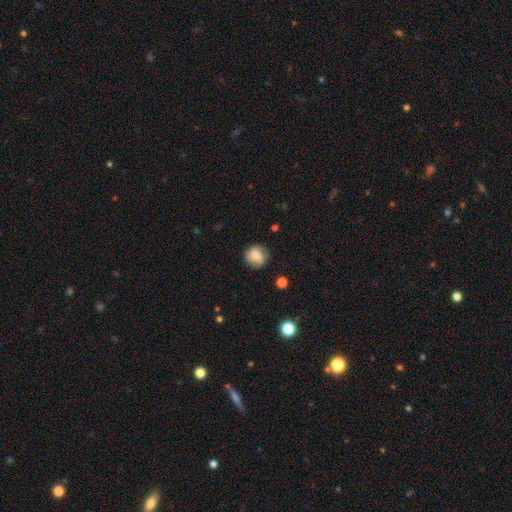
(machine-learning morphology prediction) smooth_or_featured: smooth (p=0.65) [alt: featured or disk p=0.25]
how_rounded: round (p=0.86) [alt: in between p=0.13]
merging: none (p=0.79) [alt: minor disturbance p=0.15]